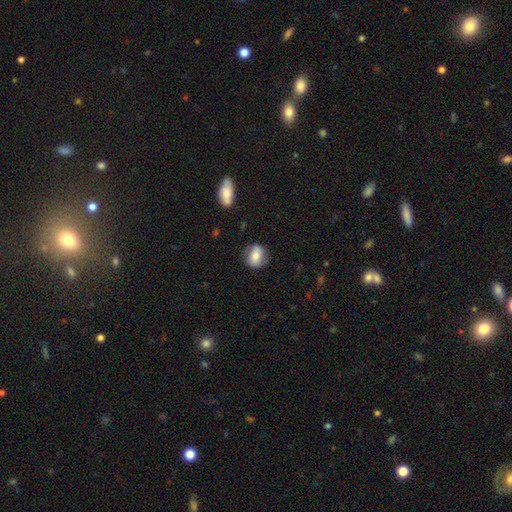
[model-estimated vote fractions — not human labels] Smooth or featured? smooth (63%)
How rounded? round (58%)
Merging? none (77%)